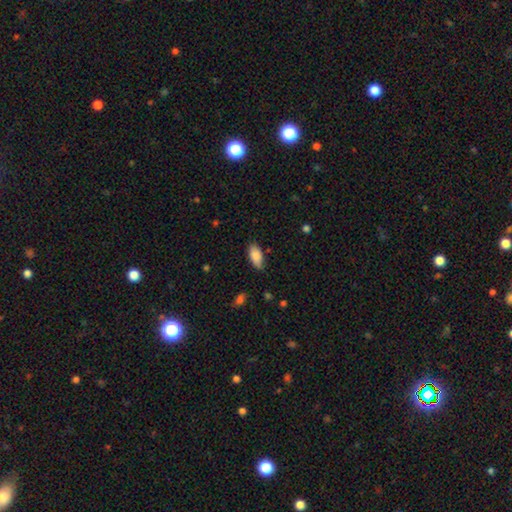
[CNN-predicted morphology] Smooth or featured?
  - smooth: 85% *
  - featured or disk: 8%
  - star or artifact: 7%
How rounded?
  - in between: 91% *
  - cigar-shaped: 7%
  - round: 2%
Merging?
  - none: 74% *
  - minor disturbance: 21%
  - major disturbance: 3%
  - merger: 1%